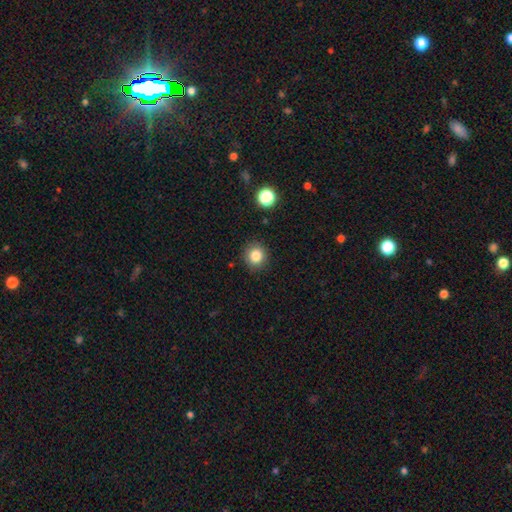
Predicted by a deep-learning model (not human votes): Smooth or featured?
  - smooth: 83% *
  - star or artifact: 11%
  - featured or disk: 6%
How rounded?
  - round: 88% *
  - in between: 11%
  - cigar-shaped: 1%
Merging?
  - none: 88% *
  - minor disturbance: 8%
  - major disturbance: 2%
  - merger: 1%